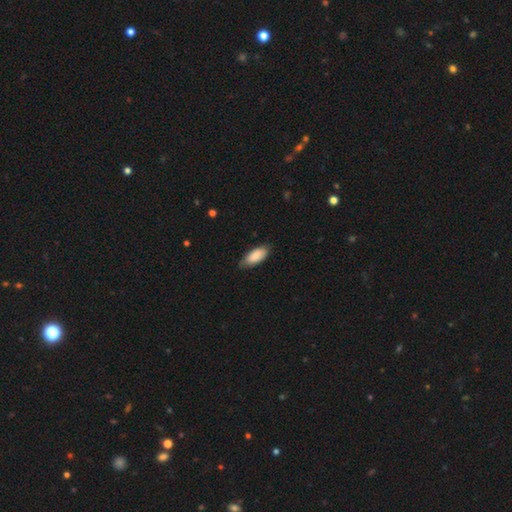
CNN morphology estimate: Smooth or featured? smooth (87%)
How rounded? in between (86%)
Merging? none (77%)